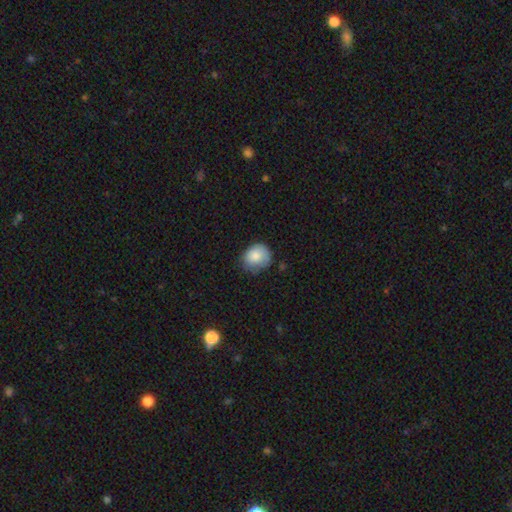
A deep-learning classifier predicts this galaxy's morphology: type=smooth (81%); roundness=round (71%); merging=none (60%).